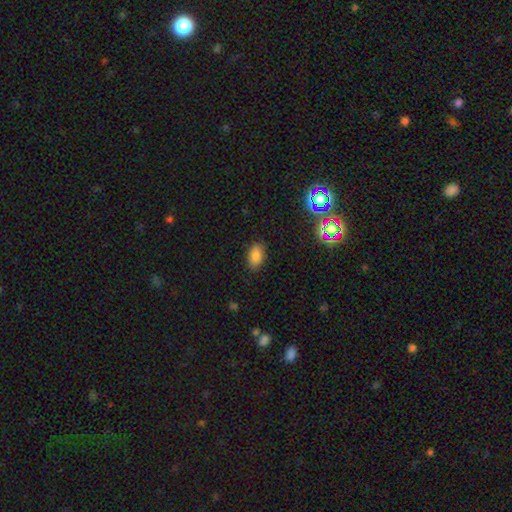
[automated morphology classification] Smooth or featured: smooth — 82% (star or artifact — 12%)
How rounded: in between — 90% (round — 8%)
Merging: none — 86% (minor disturbance — 10%)